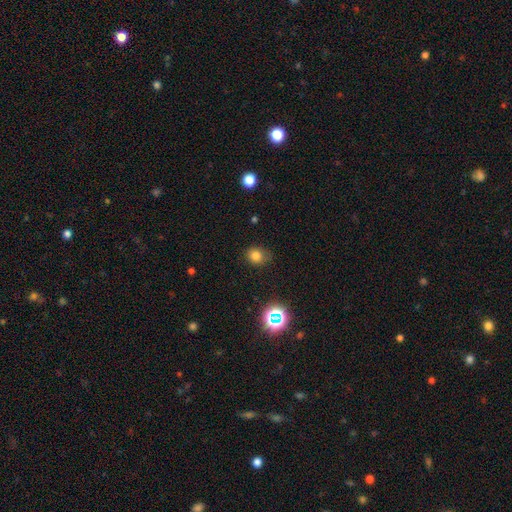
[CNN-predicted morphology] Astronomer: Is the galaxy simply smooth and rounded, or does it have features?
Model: smooth — 76%.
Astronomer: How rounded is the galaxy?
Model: round — 69%.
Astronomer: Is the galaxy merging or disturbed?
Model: none — 77%.